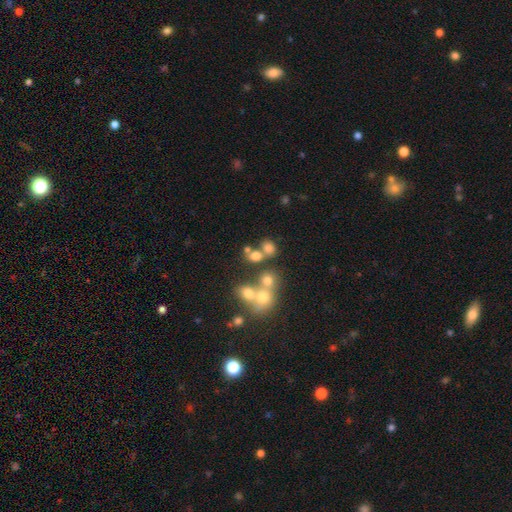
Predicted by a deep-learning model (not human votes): smooth_or_featured: smooth (p=0.66) [alt: star or artifact p=0.18]
how_rounded: round (p=0.60) [alt: in between p=0.38]
merging: none (p=0.49) [alt: merger p=0.36]